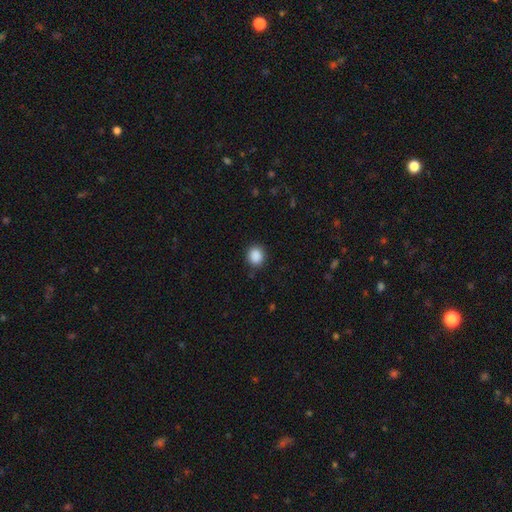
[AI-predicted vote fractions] Smooth or featured? smooth (88%)
How rounded? round (76%)
Merging? none (87%)